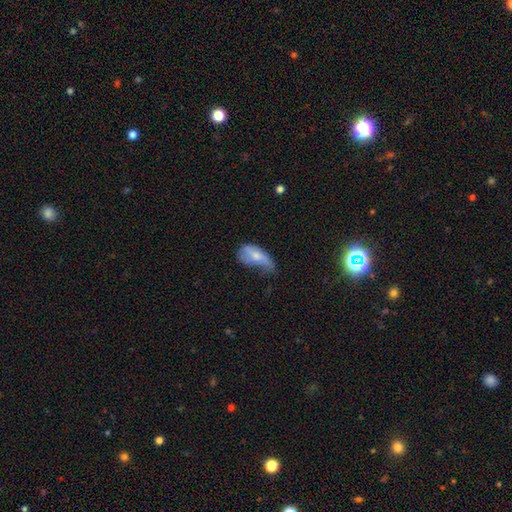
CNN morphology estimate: A smooth galaxy with no disk features (57%) that is in between round and cigar-shaped (87%).

Vote fractions:
- Smooth or featured? smooth: 57% / featured or disk: 35% / star or artifact: 8%
- How rounded? in between: 87% / cigar-shaped: 9% / round: 4%
- Merging? major disturbance: 39% / minor disturbance: 36% / none: 21% / merger: 4%